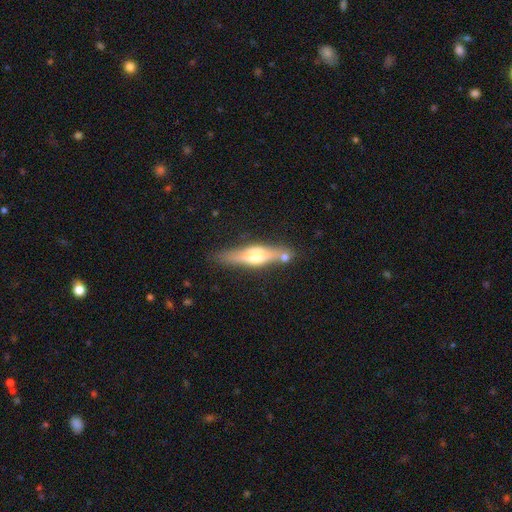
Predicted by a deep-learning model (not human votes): This is likely a featured or disk galaxy (65%). It is clearly viewed edge-on (94%). Edge-on bulge: clearly rounded (87%). Merging: likely none (75%).